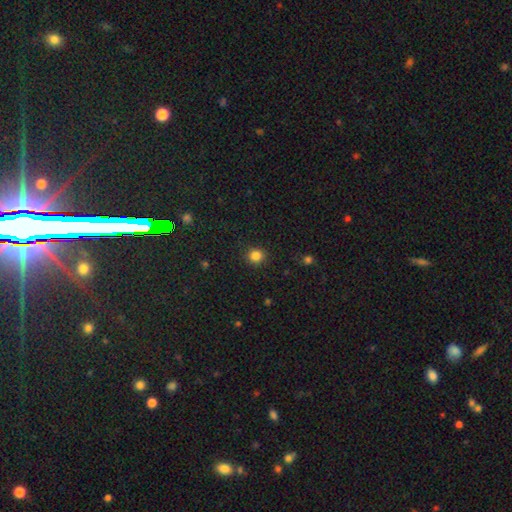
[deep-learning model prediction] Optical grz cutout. It shows a smooth galaxy with no disk features (84%) that is round (89%). Merging: none (90%).